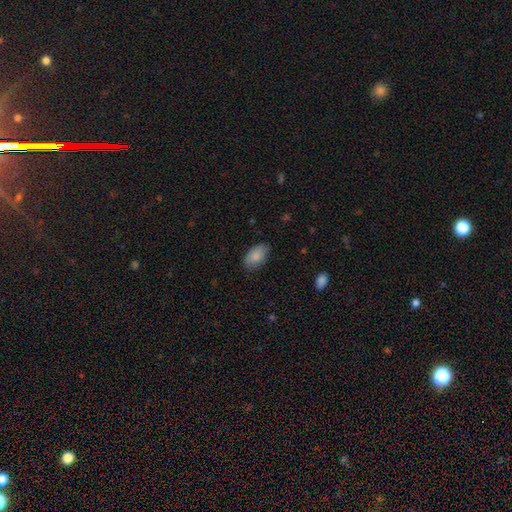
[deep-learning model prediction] This is clearly a smooth galaxy (87%). How rounded: clearly in between (93%). Merging: likely none (79%).